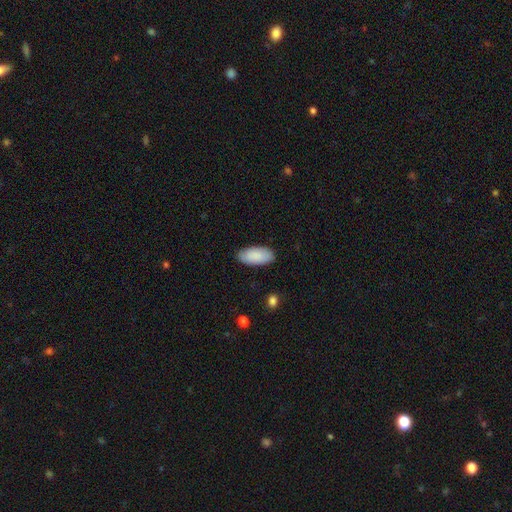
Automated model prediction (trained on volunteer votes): smooth_or_featured: smooth (p=0.89) [alt: featured or disk p=0.06]
how_rounded: in between (p=0.93) [alt: cigar-shaped p=0.06]
merging: none (p=0.86) [alt: minor disturbance p=0.11]